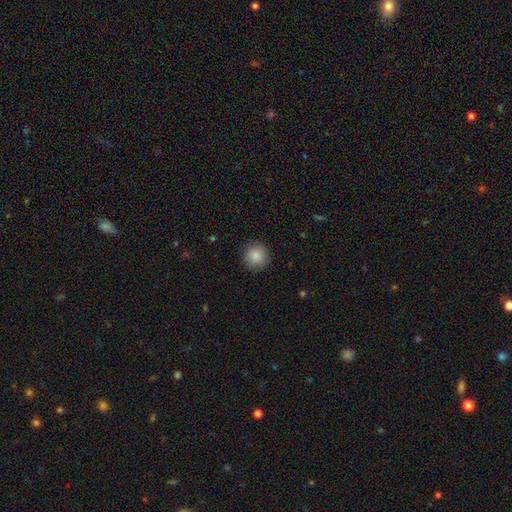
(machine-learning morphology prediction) A smooth galaxy with no disk features (87%) that is round (93%). Merging: none (89%).